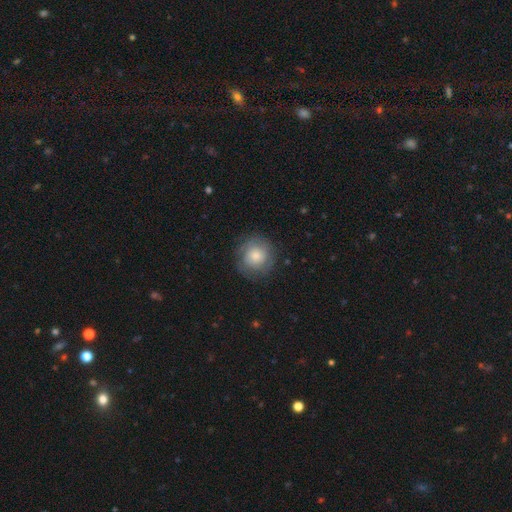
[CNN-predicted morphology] type=smooth (64%); roundness=round (92%); merging=none (79%).